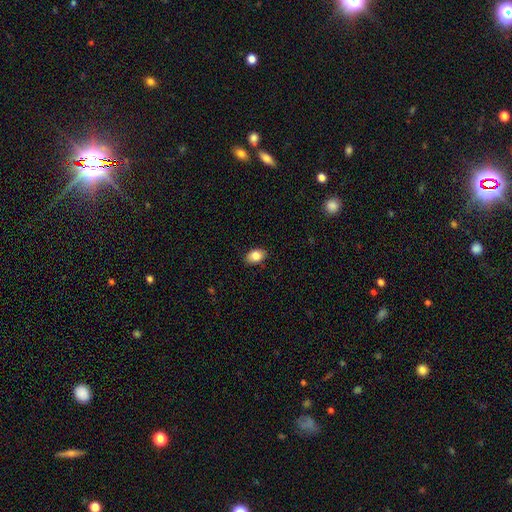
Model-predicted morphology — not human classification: smooth-or-featured: smooth: 84% | star or artifact: 8% | featured or disk: 8%
  how-rounded: in between: 82% | round: 17% | cigar-shaped: 1%
  merging: none: 88% | minor disturbance: 9% | major disturbance: 2% | merger: 1%